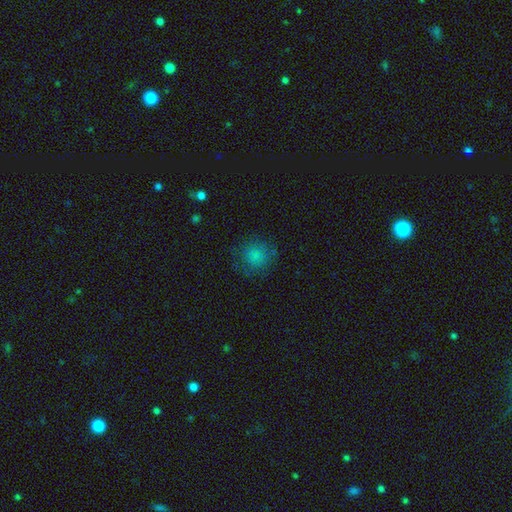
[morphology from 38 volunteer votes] A smooth galaxy with no disk features (89%) that is round (91%). Merging: none (86%).